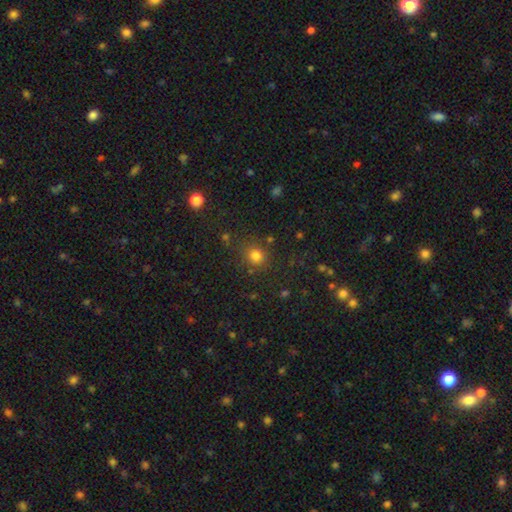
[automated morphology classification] smooth 78%, star or artifact 17%, featured or disk 6%. Down the decision tree: how rounded — round (82%); merging — none (82%).